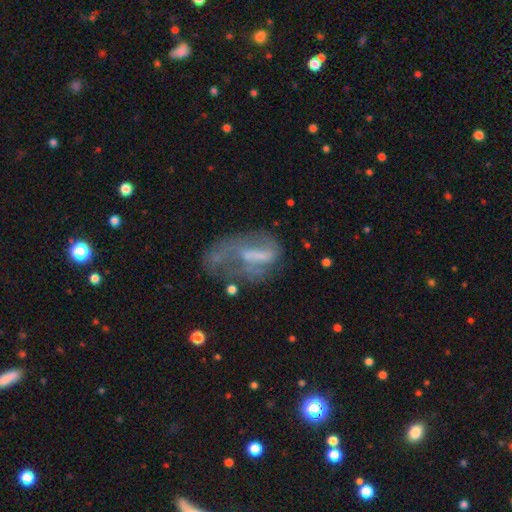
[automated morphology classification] featured or disk 55%, smooth 33%, star or artifact 12%. Down the decision tree: edge-on disk — no (94%); bar — no (48%); spiral arms — no (71%); bulge size — none (49%); merging — major disturbance (46%).